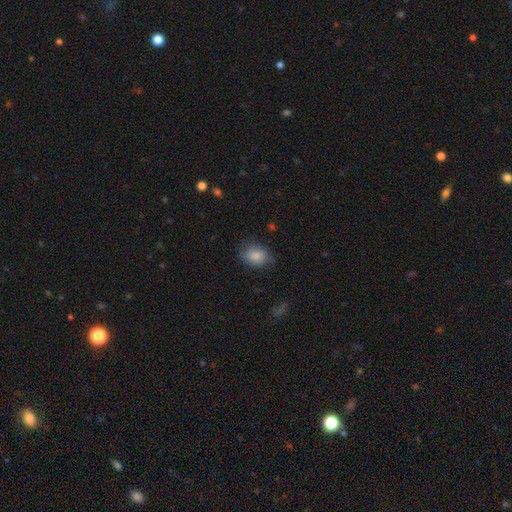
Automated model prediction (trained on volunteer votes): This is clearly a smooth galaxy (85%). How rounded: likely in between (62%). Merging: likely none (70%).